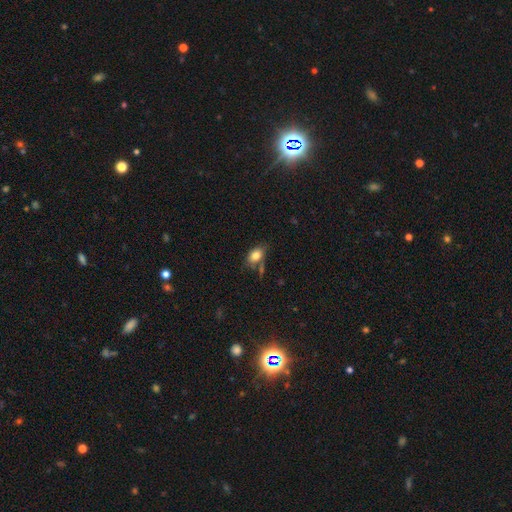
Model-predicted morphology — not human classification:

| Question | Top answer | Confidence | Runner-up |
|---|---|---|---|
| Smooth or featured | smooth | 80% | featured or disk (11%) |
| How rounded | in between | 86% | round (12%) |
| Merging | none | 58% | minor disturbance (21%) |